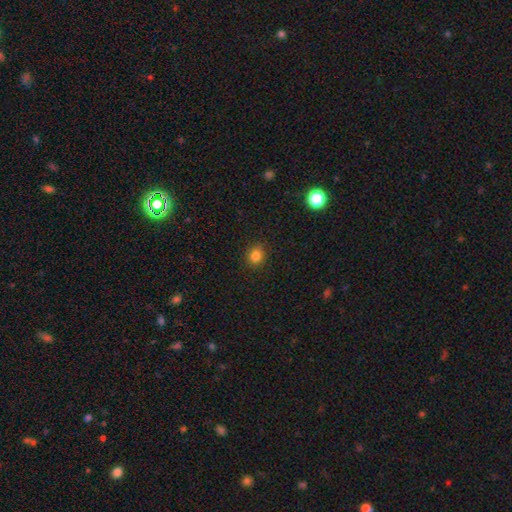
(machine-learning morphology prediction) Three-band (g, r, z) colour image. It shows a smooth galaxy with no disk features (84%) that is round (78%). Merging: none (89%).